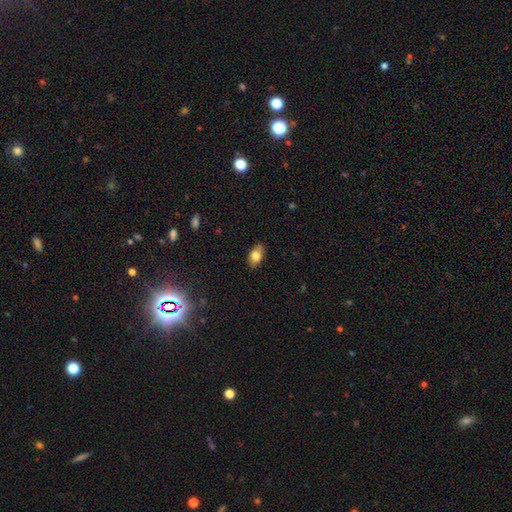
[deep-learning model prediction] Morphology: type=smooth (79%); roundness=in between (87%); merging=none (79%).